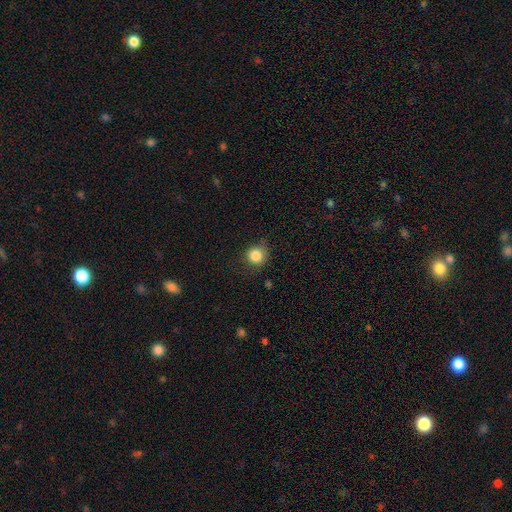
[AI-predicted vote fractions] Smooth or featured? smooth (84%)
How rounded? round (88%)
Merging? none (72%)